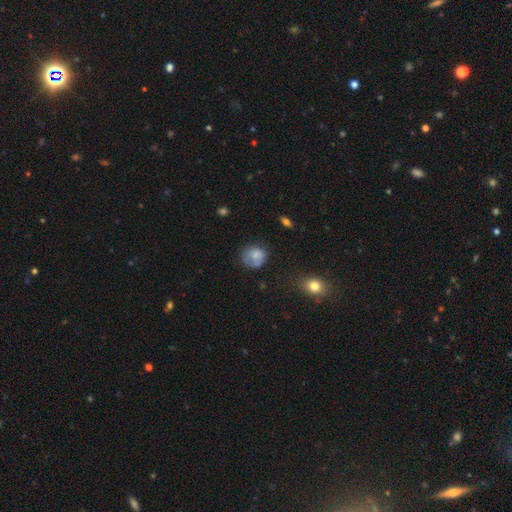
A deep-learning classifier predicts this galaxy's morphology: A smooth galaxy with no disk features (73%) that is round (73%).

Vote fractions:
- Smooth or featured? smooth: 73% / featured or disk: 17% / star or artifact: 9%
- How rounded? round: 73% / in between: 26% / cigar-shaped: 1%
- Merging? none: 52% / minor disturbance: 28% / major disturbance: 16% / merger: 4%